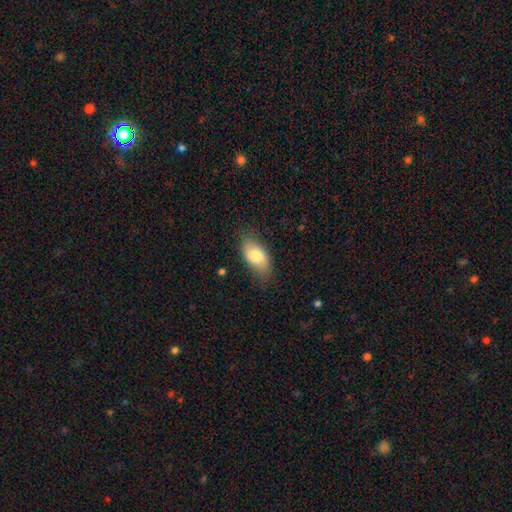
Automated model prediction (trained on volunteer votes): A smooth galaxy with no disk features (75%) that is in between round and cigar-shaped (92%). Merging: none (71%).